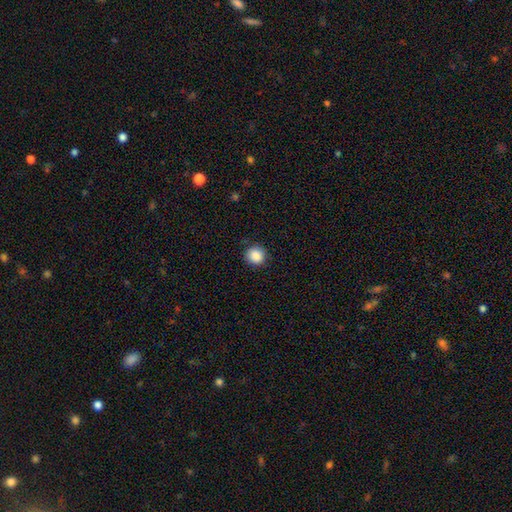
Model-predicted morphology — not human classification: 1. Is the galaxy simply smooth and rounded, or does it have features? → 88% smooth, 9% star or artifact, 3% featured or disk.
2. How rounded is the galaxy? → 93% round, 6% in between, 1% cigar-shaped.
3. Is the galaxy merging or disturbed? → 90% none, 7% minor disturbance, 2% major disturbance, 1% merger.